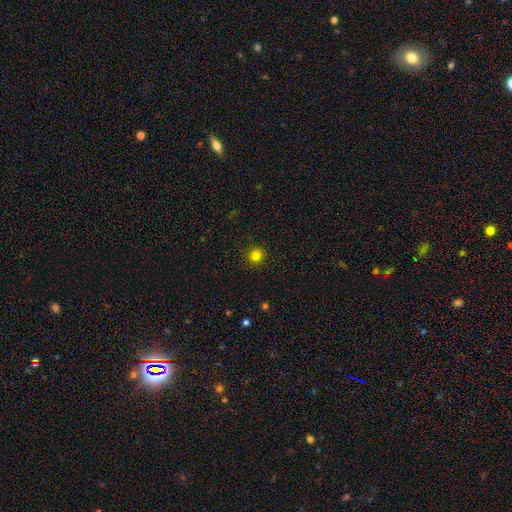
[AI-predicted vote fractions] A smooth galaxy with no disk features (81%) that is round (95%). Merging: none (92%).